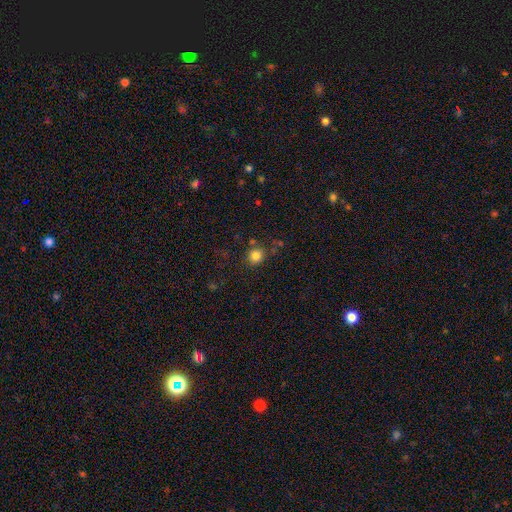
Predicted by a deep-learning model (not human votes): smooth_or_featured: smooth (p=0.82) [alt: star or artifact p=0.12]
how_rounded: round (p=0.87) [alt: in between p=0.12]
merging: none (p=0.80) [alt: minor disturbance p=0.11]